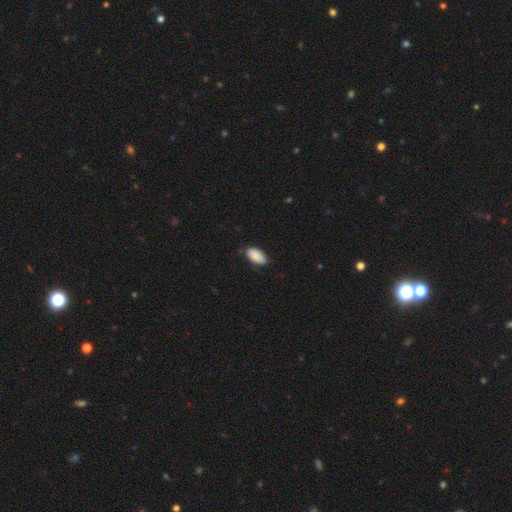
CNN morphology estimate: Overall: smooth (89%). How rounded: in between (95%). Merging: none (79%).